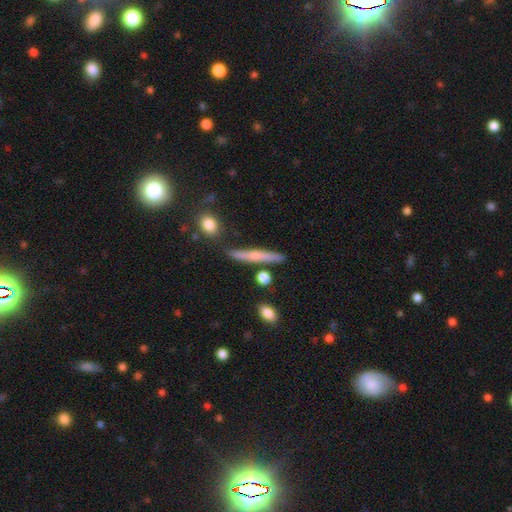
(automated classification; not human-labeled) The model was most divided on "smooth or featured": smooth: 47%, featured or disk: 45%, star or artifact: 8%. More confident: merging — none (81%).